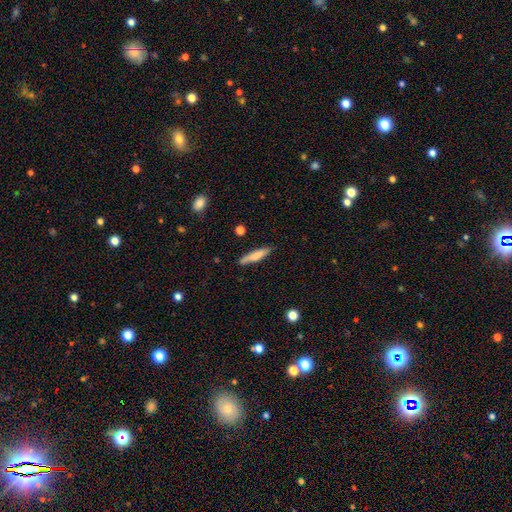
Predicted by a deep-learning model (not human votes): smooth 73%, featured or disk 21%, star or artifact 6%. Down the decision tree: how rounded — cigar-shaped (87%); merging — none (82%).